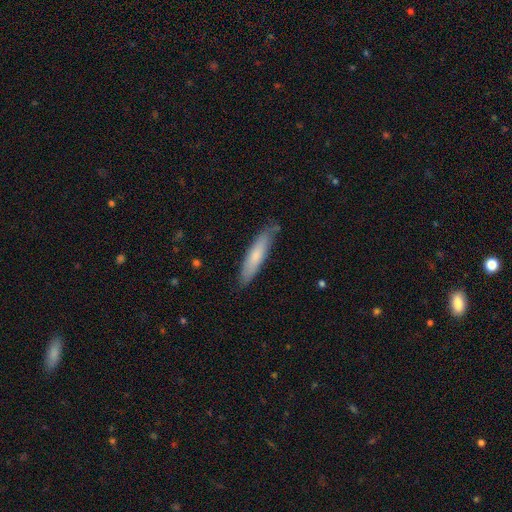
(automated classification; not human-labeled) This appears to be a smooth galaxy with no disk features (70%) that is cigar-shaped (84%). Merging: none (81%).